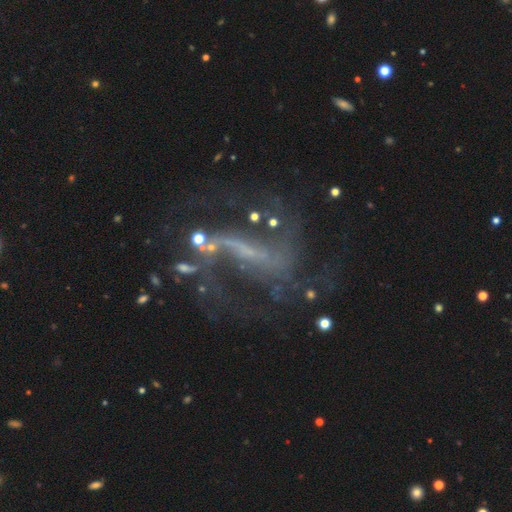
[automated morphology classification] Smooth or featured? featured or disk (79%)
Edge-on disk? no (96%)
Bar? weak (38%, tied with strong)
Spiral arms? yes (84%)
Spiral winding? loose (73%)
Spiral arm count? 2 (66%)
Bulge size? none (51%)
Merging? none (43%)